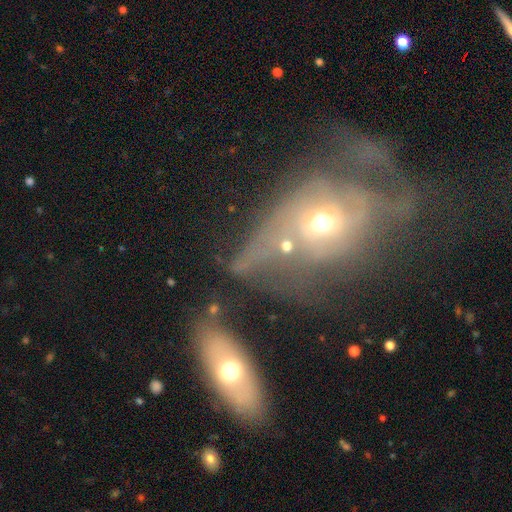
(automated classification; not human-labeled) Q: Smooth or featured?
A: featured or disk (49%); runner-up: smooth (37%)
Q: Merging?
A: merger (41%); runner-up: major disturbance (26%)